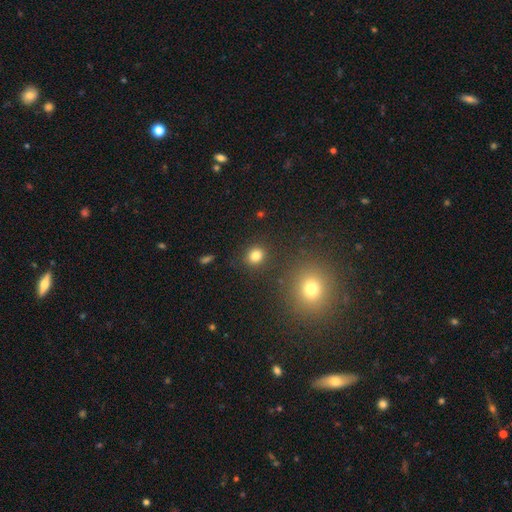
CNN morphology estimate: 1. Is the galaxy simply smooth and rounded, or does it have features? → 82% smooth, 12% star or artifact, 6% featured or disk.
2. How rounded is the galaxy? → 69% round, 30% in between, 1% cigar-shaped.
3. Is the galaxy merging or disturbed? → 87% none, 8% minor disturbance, 3% merger, 3% major disturbance.